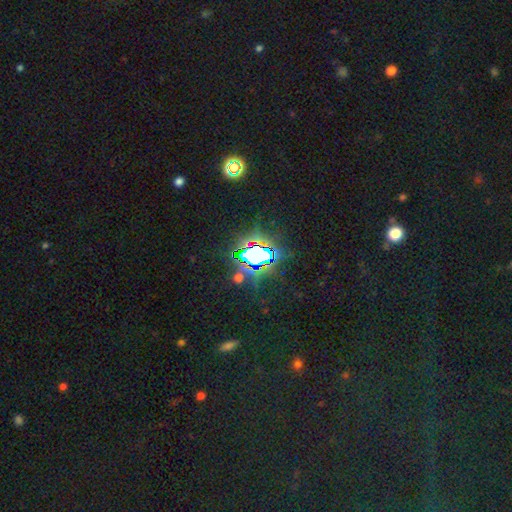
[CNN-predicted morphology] Smooth or featured? Predicted: star or artifact (p=0.77).